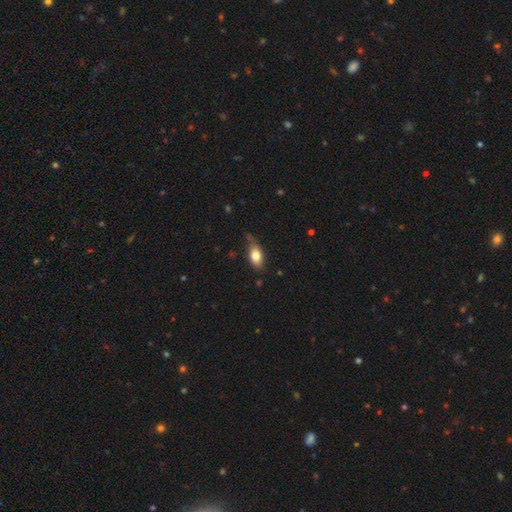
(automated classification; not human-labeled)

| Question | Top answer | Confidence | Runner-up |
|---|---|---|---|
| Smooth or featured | smooth | 78% | featured or disk (14%) |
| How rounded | in between | 86% | round (7%) |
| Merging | none | 65% | minor disturbance (27%) |